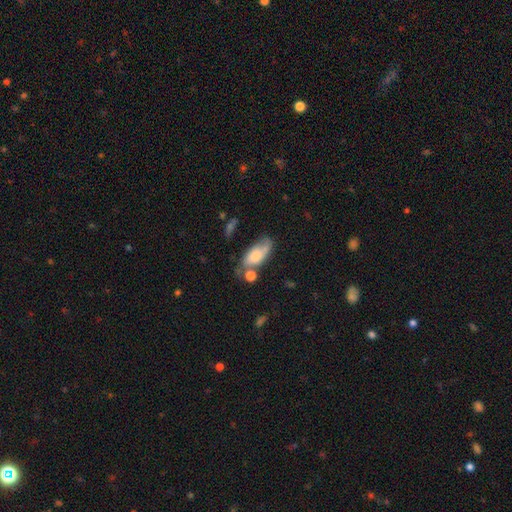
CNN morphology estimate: The model was most divided on "merging": none: 38%, minor disturbance: 27%, merger: 18%, major disturbance: 16%. More confident: how rounded — in between (87%); smooth or featured — smooth (64%).